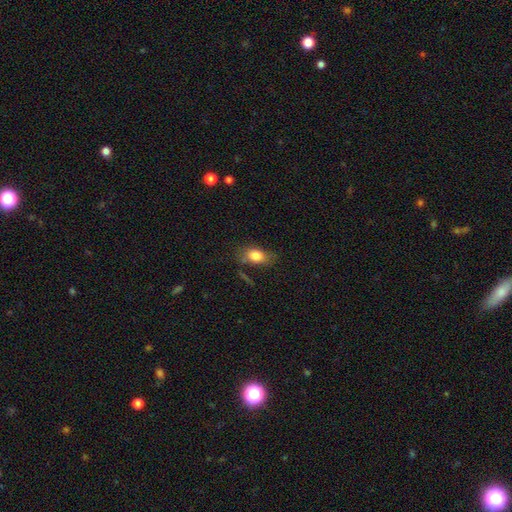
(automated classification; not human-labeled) Smooth or featured?
  - smooth: 80% *
  - featured or disk: 12%
  - star or artifact: 8%
How rounded?
  - in between: 80% *
  - round: 17%
  - cigar-shaped: 3%
Merging?
  - none: 61% *
  - minor disturbance: 25%
  - major disturbance: 9%
  - merger: 5%